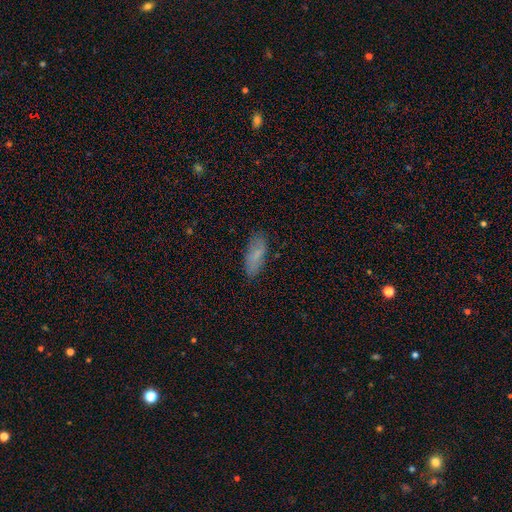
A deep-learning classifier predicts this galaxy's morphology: Smooth or featured?
  - smooth: 75% *
  - featured or disk: 17%
  - star or artifact: 8%
How rounded?
  - in between: 76% *
  - cigar-shaped: 22%
  - round: 2%
Merging?
  - none: 80% *
  - minor disturbance: 15%
  - major disturbance: 4%
  - merger: 1%